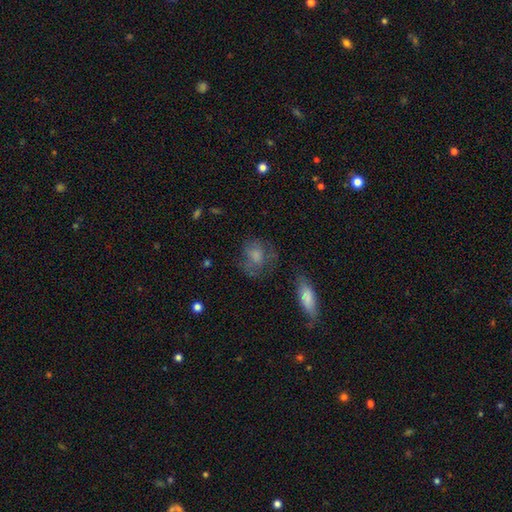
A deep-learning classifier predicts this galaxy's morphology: This is likely a smooth galaxy (62%). How rounded: possibly in between (50%). Merging: possibly none (49%).